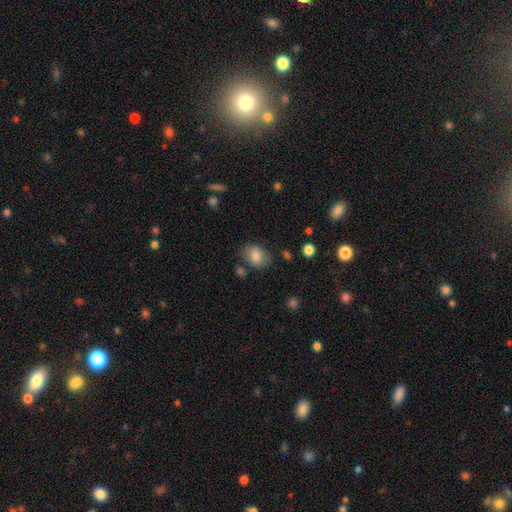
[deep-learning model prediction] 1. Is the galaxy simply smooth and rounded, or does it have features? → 82% smooth, 10% featured or disk, 8% star or artifact.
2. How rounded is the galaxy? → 67% in between, 32% round, 1% cigar-shaped.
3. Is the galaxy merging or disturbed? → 74% none, 16% minor disturbance, 5% major disturbance, 5% merger.